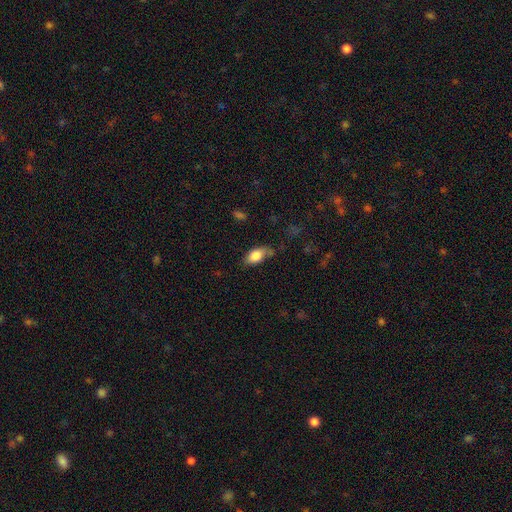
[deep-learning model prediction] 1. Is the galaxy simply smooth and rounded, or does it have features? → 80% smooth, 13% featured or disk, 7% star or artifact.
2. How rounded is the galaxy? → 88% in between, 7% round, 5% cigar-shaped.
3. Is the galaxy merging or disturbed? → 54% none, 33% minor disturbance, 9% major disturbance, 4% merger.